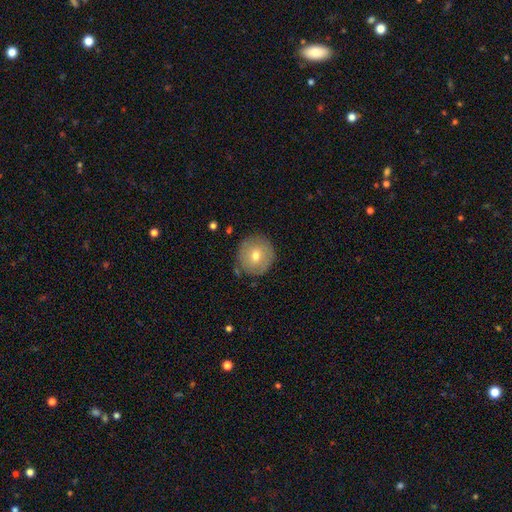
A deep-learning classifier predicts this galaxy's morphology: type=smooth (62%); roundness=round (91%); merging=none (80%).